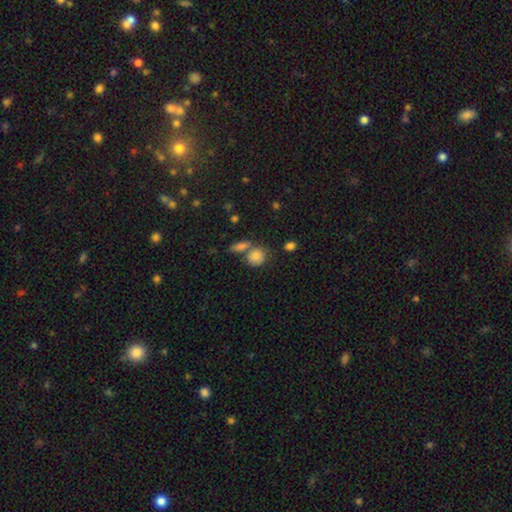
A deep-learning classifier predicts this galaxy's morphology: type=smooth (83%); roundness=round (68%); merging=none (51%).